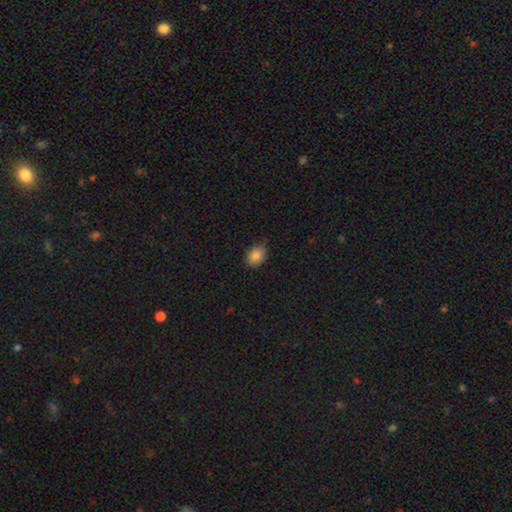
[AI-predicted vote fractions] Smooth or featured? Predicted: smooth (p=0.85). How rounded? Predicted: in between (p=0.60). Merging? Predicted: none (p=0.77).